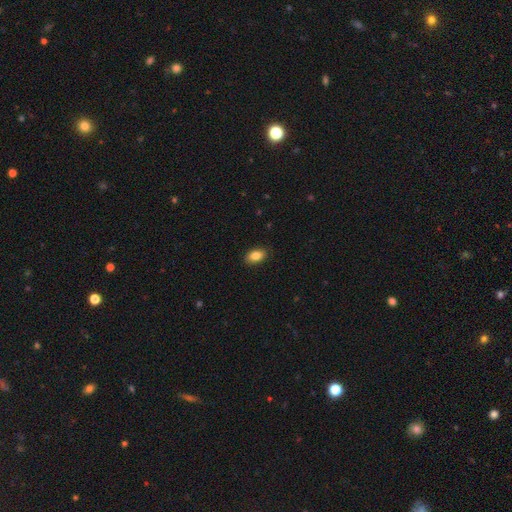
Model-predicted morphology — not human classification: Smooth or featured? smooth (86%)
How rounded? in between (90%)
Merging? none (88%)